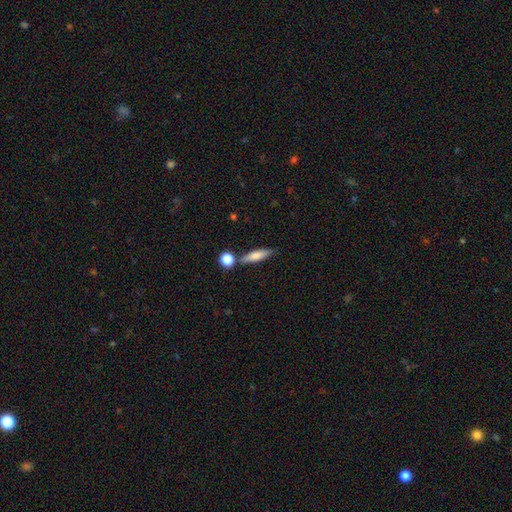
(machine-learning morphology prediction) Smooth or featured: smooth — 71% (featured or disk — 22%)
How rounded: cigar-shaped — 72% (in between — 25%)
Merging: none — 74% (minor disturbance — 12%)